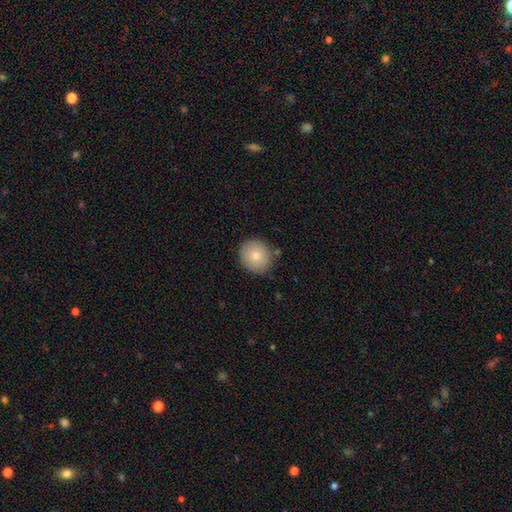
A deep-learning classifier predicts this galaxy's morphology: smooth-or-featured: smooth: 80% | featured or disk: 13% | star or artifact: 8%
  how-rounded: round: 86% | in between: 13% | cigar-shaped: 1%
  merging: none: 84% | minor disturbance: 11% | major disturbance: 3% | merger: 3%